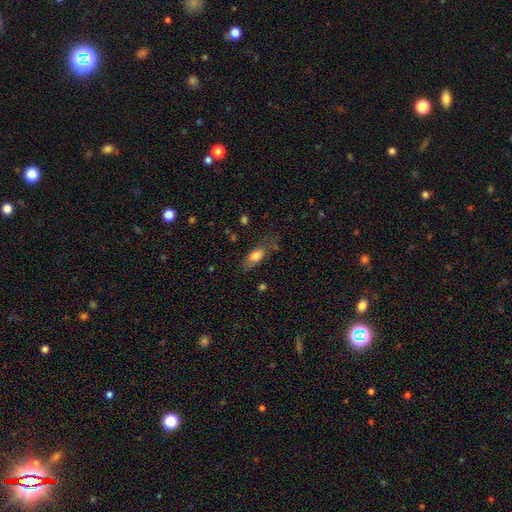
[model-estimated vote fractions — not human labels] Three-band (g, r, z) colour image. It shows a smooth galaxy with no disk features (76%) that is in between round and cigar-shaped (78%). Merging: none (60%).